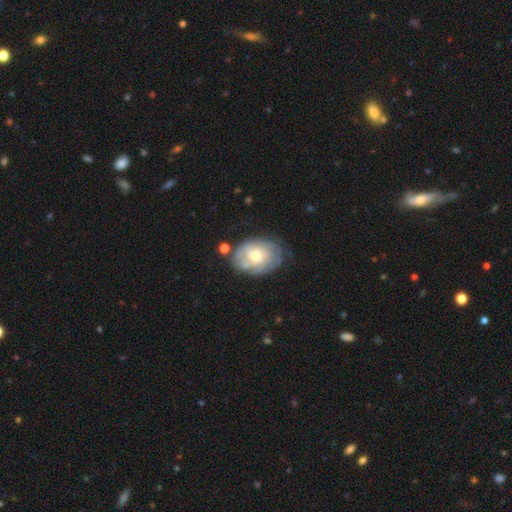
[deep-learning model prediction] Smooth or featured: featured or disk — 65% (smooth — 28%)
Edge-on disk: no — 96% (yes — 4%)
Bar: no — 77% (weak — 20%)
Spiral arms: yes — 80% (no — 20%)
Bulge size: small — 47% (moderate — 46%)
Merging: none — 63% (minor disturbance — 22%)